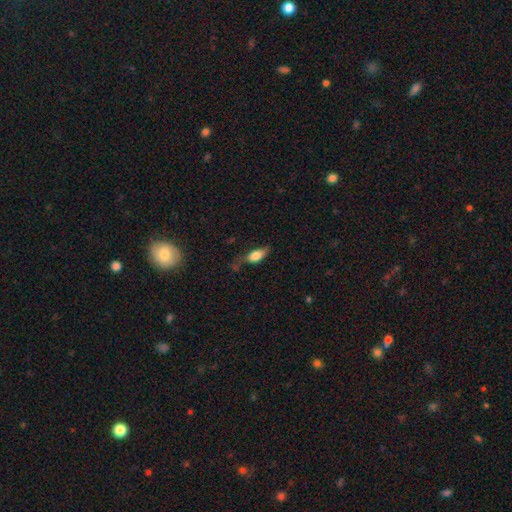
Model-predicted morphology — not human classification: smooth_or_featured: smooth (p=0.77) [alt: featured or disk p=0.16]
how_rounded: in between (p=0.82) [alt: cigar-shaped p=0.14]
merging: none (p=0.50) [alt: minor disturbance p=0.31]